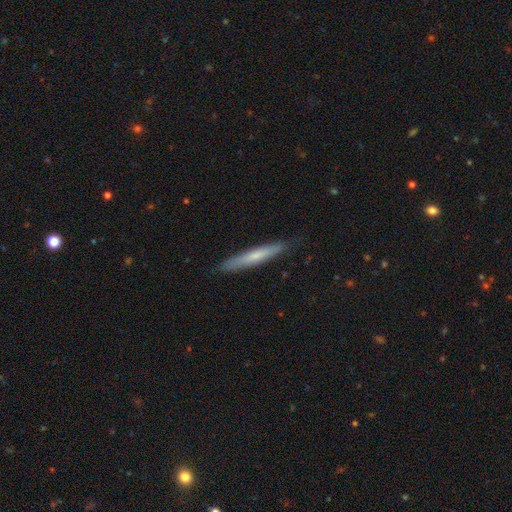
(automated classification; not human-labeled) smooth_or_featured: smooth (p=0.61) [alt: featured or disk p=0.34]
how_rounded: cigar-shaped (p=0.95) [alt: in between p=0.04]
merging: none (p=0.87) [alt: minor disturbance p=0.10]